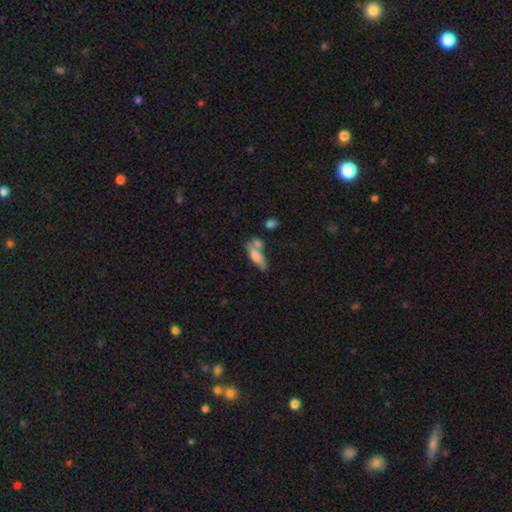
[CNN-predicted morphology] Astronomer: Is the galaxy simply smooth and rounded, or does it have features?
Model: smooth — 70%.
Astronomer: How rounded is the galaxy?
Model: in between — 72%.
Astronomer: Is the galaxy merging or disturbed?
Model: merger — 39% (runner-up: none, 33%).